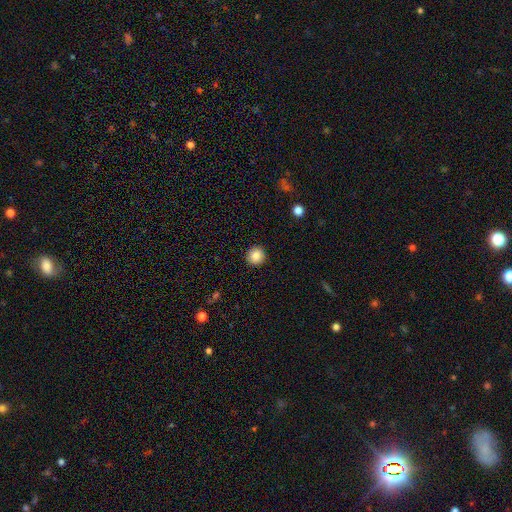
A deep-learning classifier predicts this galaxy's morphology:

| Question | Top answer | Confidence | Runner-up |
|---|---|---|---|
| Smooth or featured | smooth | 85% | star or artifact (9%) |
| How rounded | round | 94% | in between (5%) |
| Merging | none | 93% | minor disturbance (5%) |